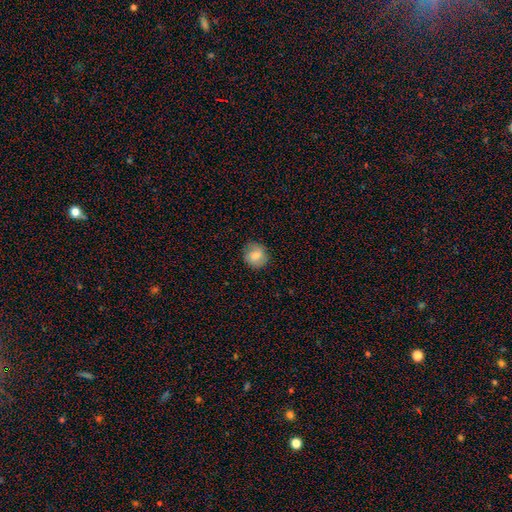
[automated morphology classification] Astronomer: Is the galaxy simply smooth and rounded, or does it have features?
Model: smooth — 74%.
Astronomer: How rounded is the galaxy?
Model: round — 86%.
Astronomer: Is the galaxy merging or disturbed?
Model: none — 83%.